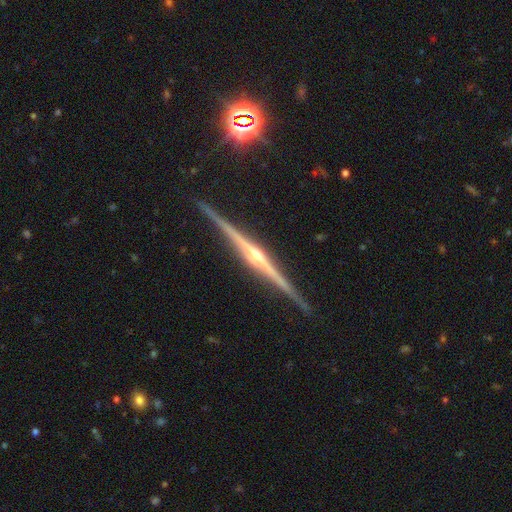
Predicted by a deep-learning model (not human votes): A featured or disk galaxy (89%) viewed edge-on (99%) with a rounded central bulge (87%).

Vote fractions:
- Smooth or featured? featured or disk: 89% / star or artifact: 6% / smooth: 5%
- Edge-on disk? yes: 99% / no: 1%
- Edge-on bulge? rounded: 87% / none: 7% / boxy: 6%
- Merging? none: 92% / minor disturbance: 6% / major disturbance: 1% / merger: 1%